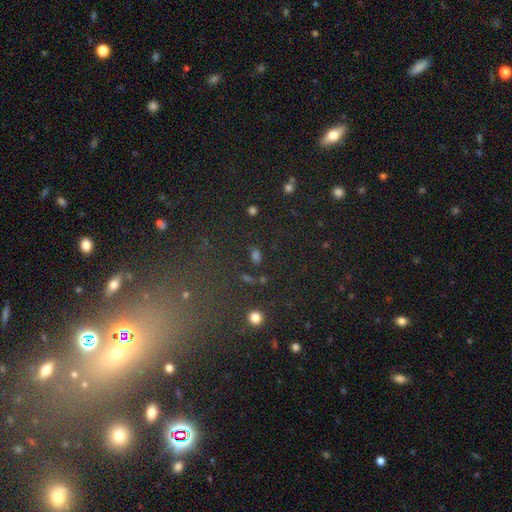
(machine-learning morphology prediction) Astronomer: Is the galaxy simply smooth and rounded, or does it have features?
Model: smooth — 56% (runner-up: star or artifact, 33%).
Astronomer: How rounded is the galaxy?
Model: in between — 73%.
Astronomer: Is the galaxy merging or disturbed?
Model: none — 79%.